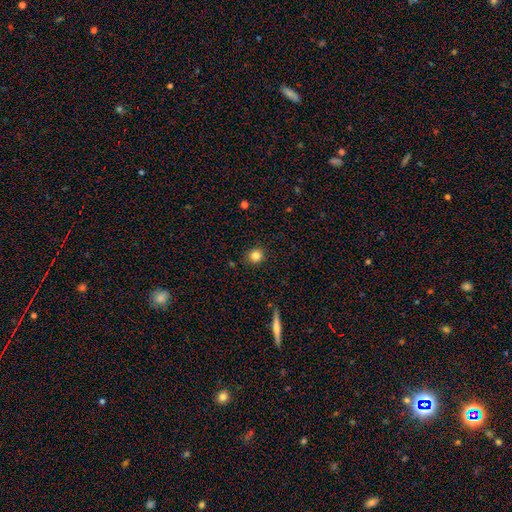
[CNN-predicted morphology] Smooth or featured? smooth (83%)
How rounded? round (90%)
Merging? none (89%)